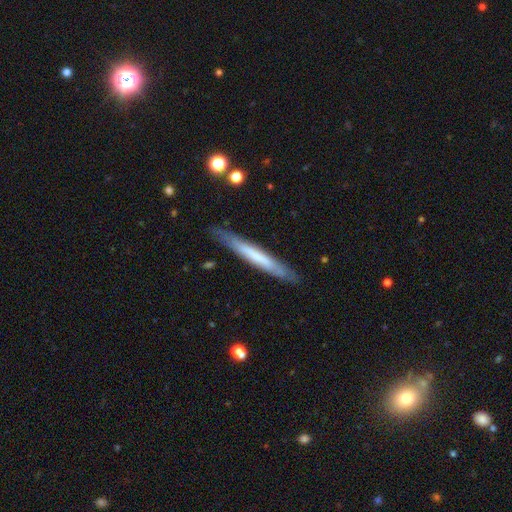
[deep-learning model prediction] smooth 53%, featured or disk 42%, star or artifact 6%. Down the decision tree: how rounded — cigar-shaped (96%); merging — none (86%).